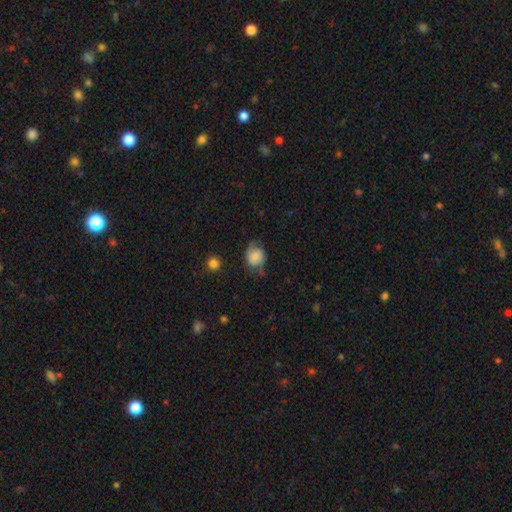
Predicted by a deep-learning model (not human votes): Smooth or featured? Predicted: smooth (p=0.54). How rounded? Predicted: round (p=0.52). Merging? Predicted: none (p=0.54).